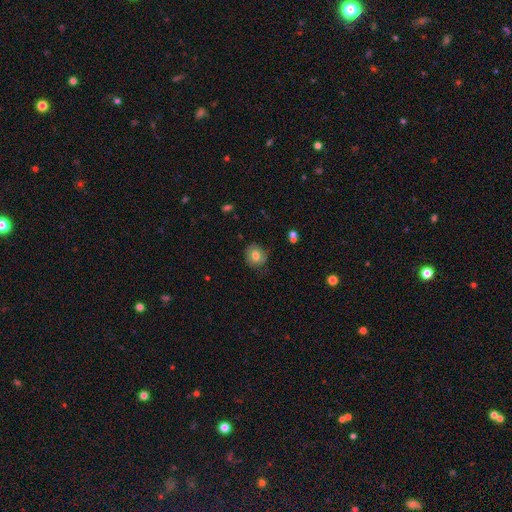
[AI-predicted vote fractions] This appears to be a smooth galaxy with no disk features (69%) that is round (79%). Merging: none (78%).